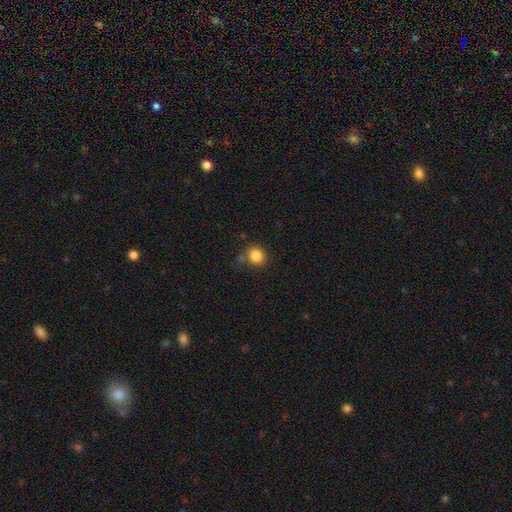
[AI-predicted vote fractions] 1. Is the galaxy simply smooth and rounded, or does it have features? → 84% smooth, 11% star or artifact, 5% featured or disk.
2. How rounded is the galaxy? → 87% round, 13% in between, 1% cigar-shaped.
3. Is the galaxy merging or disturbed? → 71% none, 16% minor disturbance, 9% merger, 5% major disturbance.